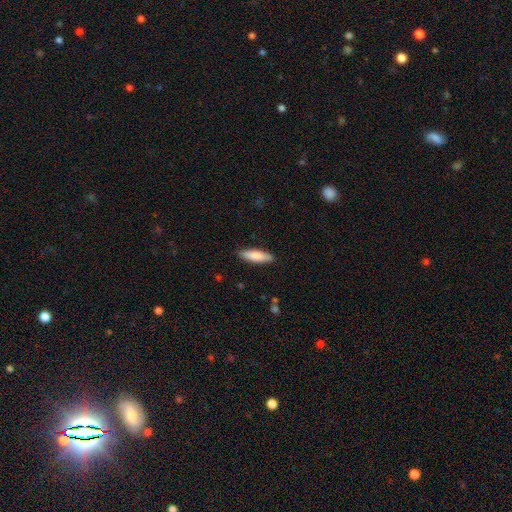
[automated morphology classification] Smooth or featured? Predicted: smooth (p=0.82). How rounded? Predicted: cigar-shaped (p=0.60). Merging? Predicted: none (p=0.88).